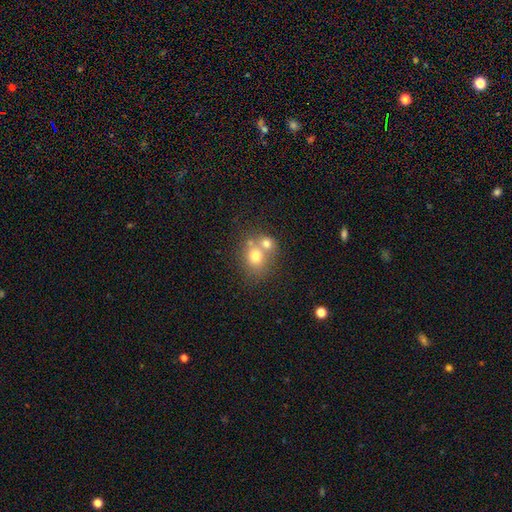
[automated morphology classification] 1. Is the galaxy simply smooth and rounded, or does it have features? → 71% smooth, 17% featured or disk, 12% star or artifact.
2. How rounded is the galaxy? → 71% round, 28% in between, 1% cigar-shaped.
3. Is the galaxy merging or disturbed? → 53% merger, 36% none, 8% minor disturbance, 3% major disturbance.